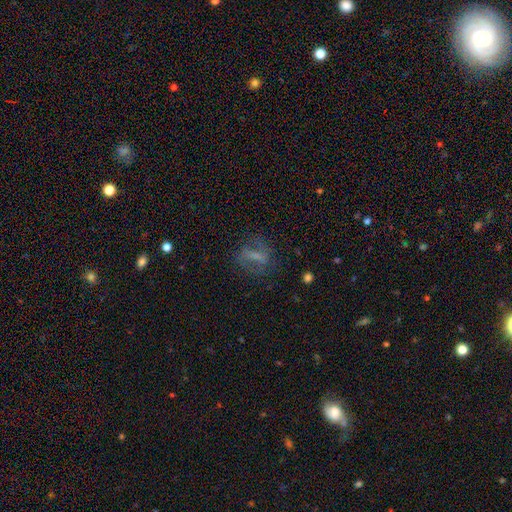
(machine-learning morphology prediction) A featured or disk galaxy (45%). Merging: none (68%).